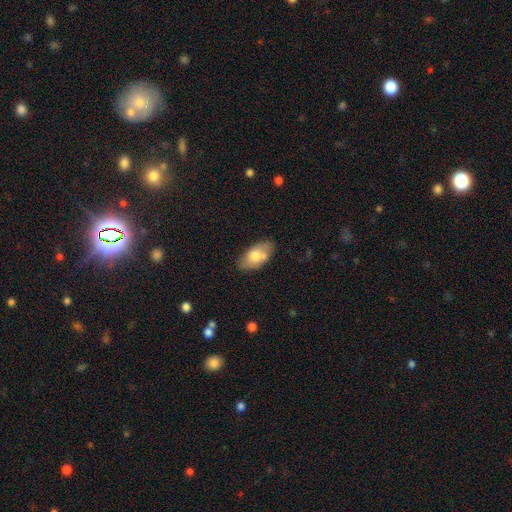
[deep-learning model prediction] This appears to be a smooth galaxy with no disk features (70%) that is in between round and cigar-shaped (93%). Merging: none (69%).